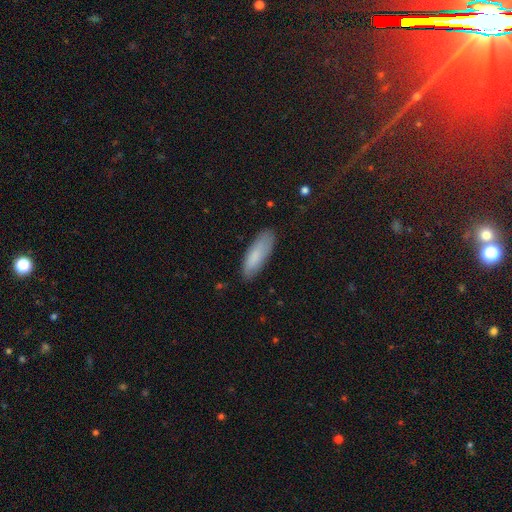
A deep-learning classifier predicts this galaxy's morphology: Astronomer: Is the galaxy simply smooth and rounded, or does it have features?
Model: smooth — 84%.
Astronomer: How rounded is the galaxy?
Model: in between — 56% (runner-up: cigar-shaped, 42%).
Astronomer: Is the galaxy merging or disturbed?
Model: none — 82%.